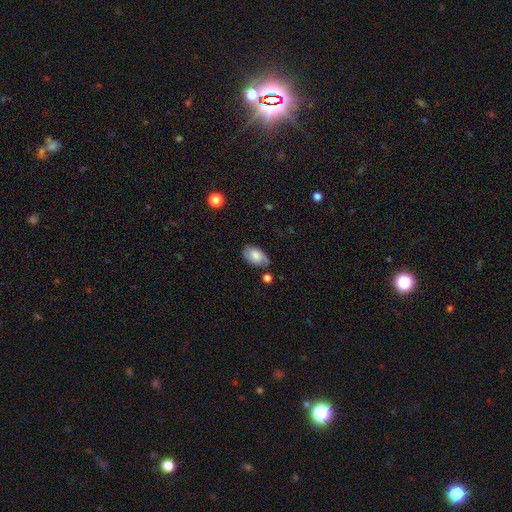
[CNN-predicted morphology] smooth_or_featured: smooth (p=0.61) [alt: featured or disk p=0.30]
how_rounded: in between (p=0.91) [alt: round p=0.08]
merging: none (p=0.65) [alt: minor disturbance p=0.24]